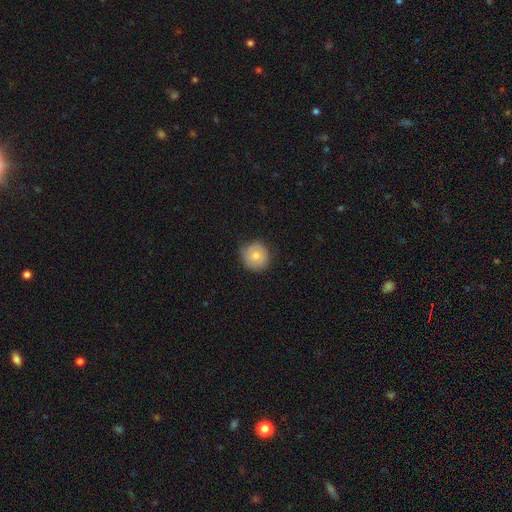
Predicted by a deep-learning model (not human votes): This appears to be a smooth galaxy with no disk features (72%) that is round (92%). Merging: none (74%).